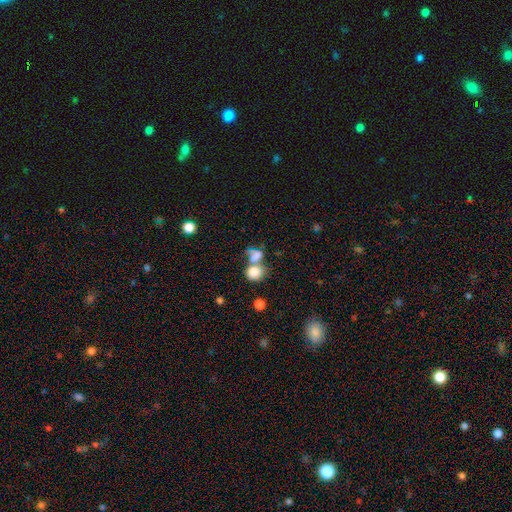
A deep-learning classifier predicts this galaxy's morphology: The model was most divided on "how rounded": round: 51%, in between: 47%, cigar-shaped: 2%. More confident: smooth or featured — smooth (73%); merging — merger (59%).